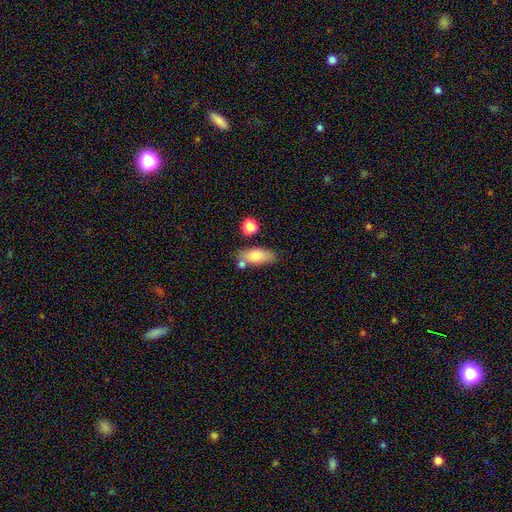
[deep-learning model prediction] Smooth or featured? smooth (75%)
How rounded? in between (80%)
Merging? none (66%)